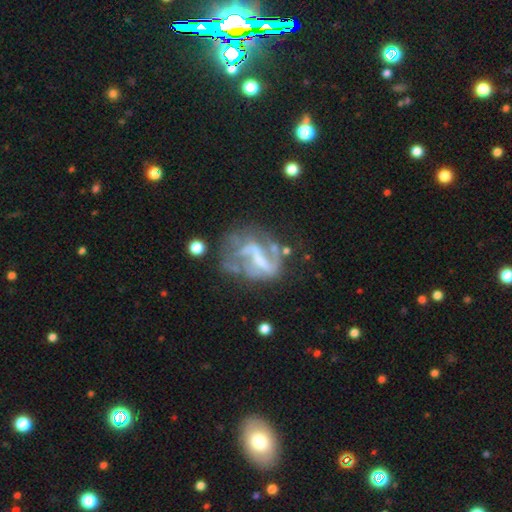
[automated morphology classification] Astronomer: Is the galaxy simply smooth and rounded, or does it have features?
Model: featured or disk — 74%.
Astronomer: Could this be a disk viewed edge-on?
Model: no — 96%.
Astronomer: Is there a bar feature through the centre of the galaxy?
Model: strong — 39% (runner-up: weak, 34%).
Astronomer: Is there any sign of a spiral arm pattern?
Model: yes — 56% (runner-up: no, 44%).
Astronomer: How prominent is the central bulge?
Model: none — 43% (runner-up: small, 31%).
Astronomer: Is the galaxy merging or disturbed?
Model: none — 37% (runner-up: major disturbance, 31%).